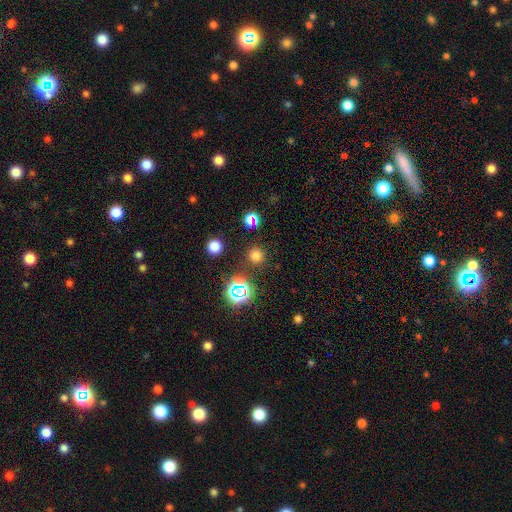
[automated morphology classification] Overall: smooth (69%). How rounded: round (94%). Merging: none (87%).